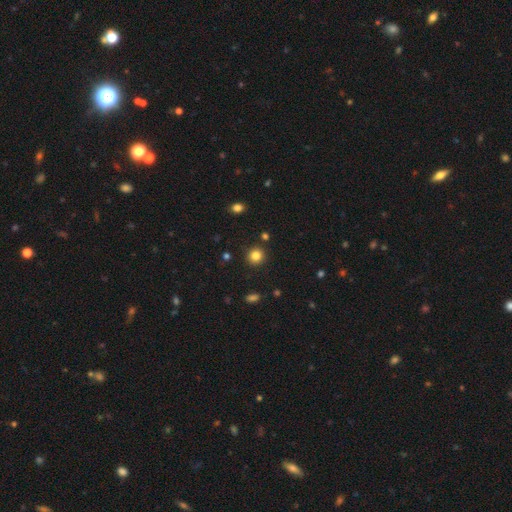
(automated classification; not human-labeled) A smooth galaxy with no disk features (83%) that is round (90%). Merging: none (90%).